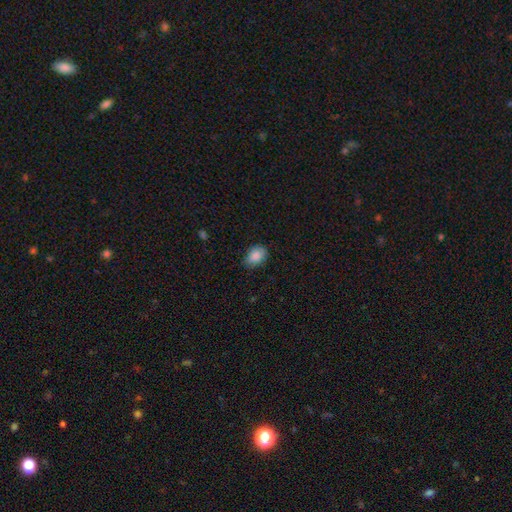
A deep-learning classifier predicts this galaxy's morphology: type=smooth (87%); roundness=in between (74%); merging=none (73%).